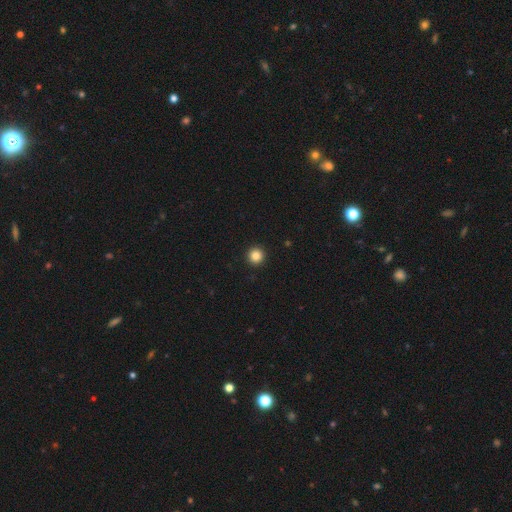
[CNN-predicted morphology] This appears to be a smooth galaxy with no disk features (86%) that is round (96%). Merging: none (94%).